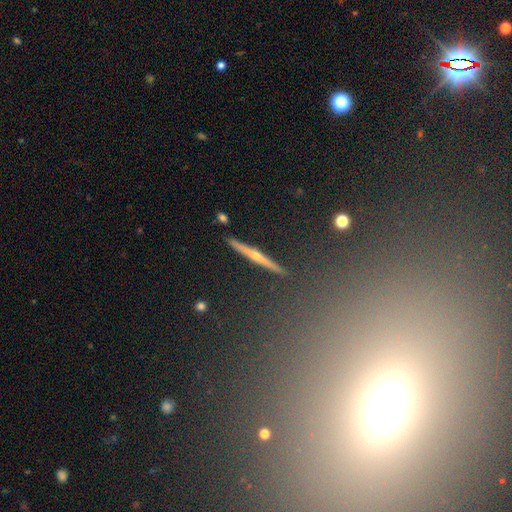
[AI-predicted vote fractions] Smooth or featured? featured or disk (68%)
Edge-on disk? yes (96%)
Edge-on bulge? rounded (79%)
Merging? none (89%)